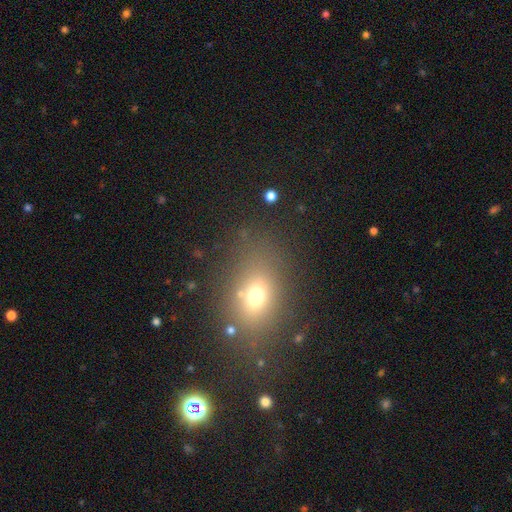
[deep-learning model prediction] Q: Smooth or featured?
A: smooth (62%); runner-up: star or artifact (24%)
Q: How rounded?
A: in between (68%); runner-up: round (28%)
Q: Merging?
A: none (78%); runner-up: minor disturbance (12%)